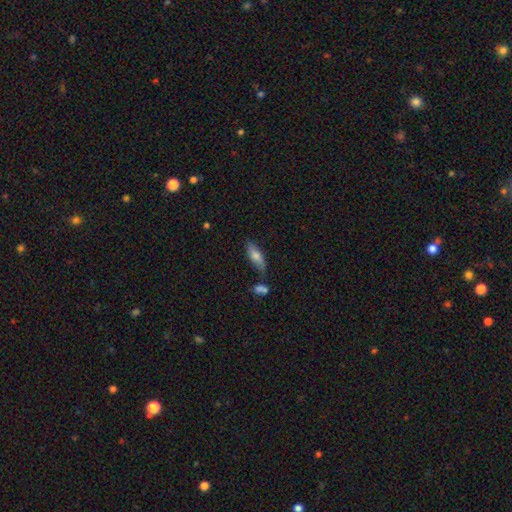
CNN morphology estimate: Q: Smooth or featured?
A: smooth (64%); runner-up: featured or disk (28%)
Q: How rounded?
A: in between (51%); runner-up: cigar-shaped (46%)
Q: Merging?
A: none (72%); runner-up: minor disturbance (15%)